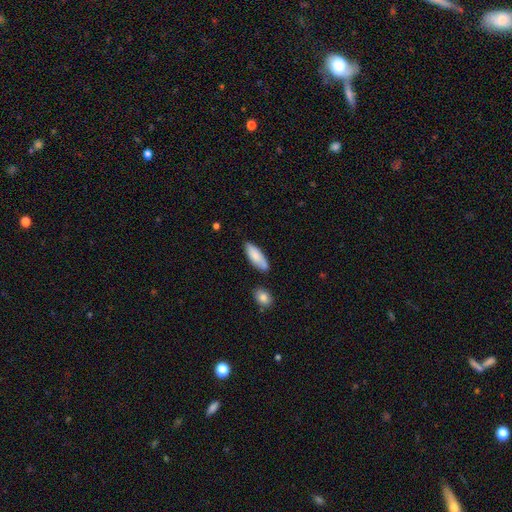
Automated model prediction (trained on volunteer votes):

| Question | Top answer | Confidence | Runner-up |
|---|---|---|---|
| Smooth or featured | smooth | 85% | featured or disk (10%) |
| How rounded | in between | 66% | cigar-shaped (32%) |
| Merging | none | 73% | minor disturbance (18%) |